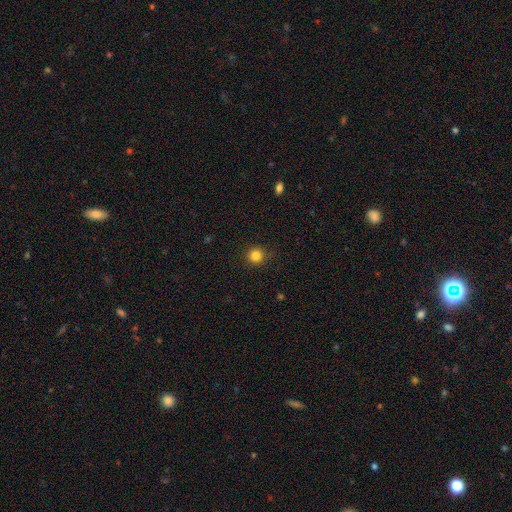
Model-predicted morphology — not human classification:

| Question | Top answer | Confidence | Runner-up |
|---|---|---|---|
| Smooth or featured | smooth | 84% | star or artifact (12%) |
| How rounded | round | 95% | in between (4%) |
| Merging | none | 91% | minor disturbance (6%) |